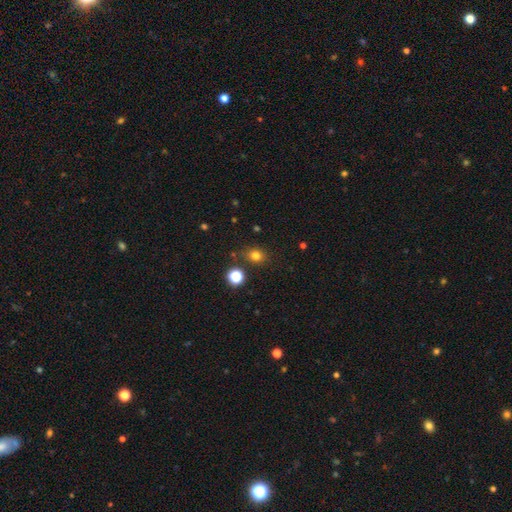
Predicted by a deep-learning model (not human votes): Overall: smooth (76%). How rounded: round (72%). Merging: none (79%).